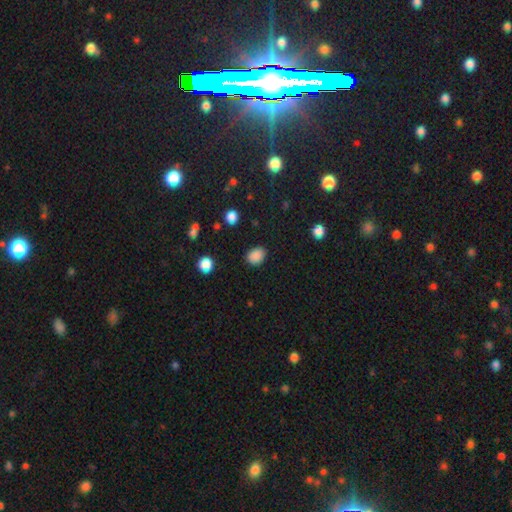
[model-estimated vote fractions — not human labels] A smooth galaxy with no disk features (87%) that is in between round and cigar-shaped (54%).

Vote fractions:
- Smooth or featured? smooth: 87% / star or artifact: 10% / featured or disk: 3%
- How rounded? in between: 54% / round: 45% / cigar-shaped: 1%
- Merging? none: 85% / minor disturbance: 10% / major disturbance: 3% / merger: 1%